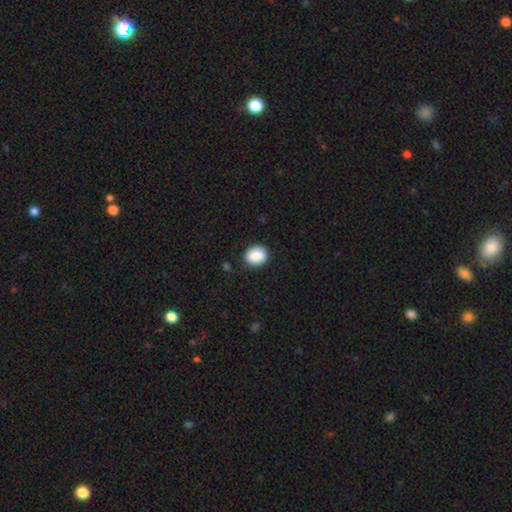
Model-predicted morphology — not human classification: Smooth or featured? smooth (88%)
How rounded? round (65%)
Merging? none (87%)